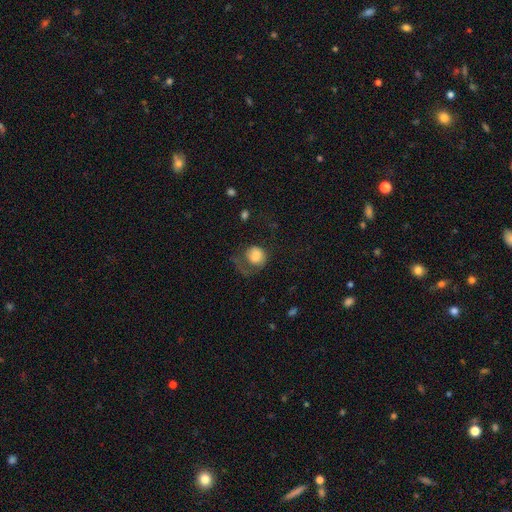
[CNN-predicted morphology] Smooth or featured? Predicted: smooth (p=0.71). How rounded? Predicted: round (p=0.71). Merging? Predicted: major disturbance (p=0.52).